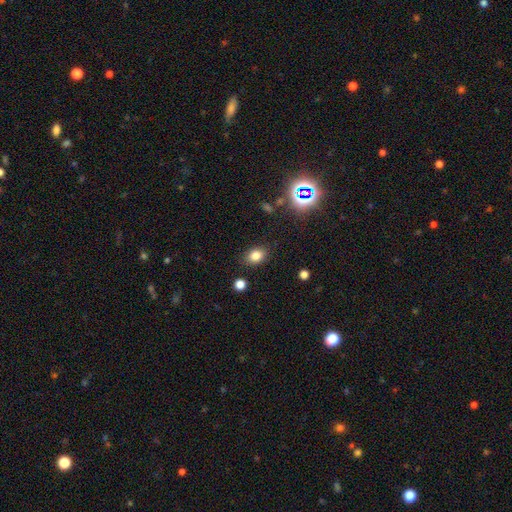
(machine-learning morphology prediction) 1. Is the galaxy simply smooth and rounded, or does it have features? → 80% smooth, 13% star or artifact, 7% featured or disk.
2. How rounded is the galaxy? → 62% in between, 37% round, 1% cigar-shaped.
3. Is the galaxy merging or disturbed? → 85% none, 10% minor disturbance, 3% major disturbance, 2% merger.